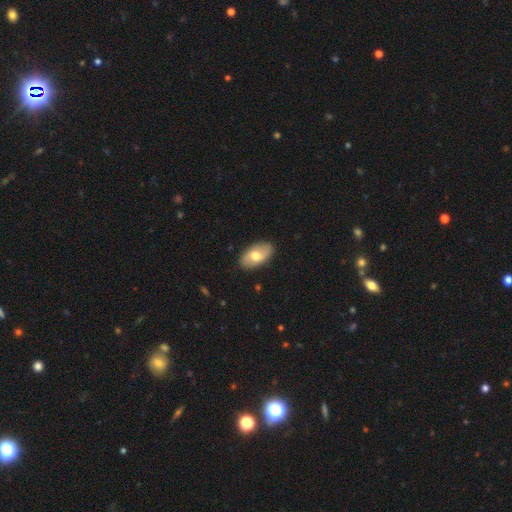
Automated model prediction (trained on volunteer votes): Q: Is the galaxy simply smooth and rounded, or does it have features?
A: smooth — 62%.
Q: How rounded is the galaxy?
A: in between — 93%.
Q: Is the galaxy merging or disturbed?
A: none — 87%.